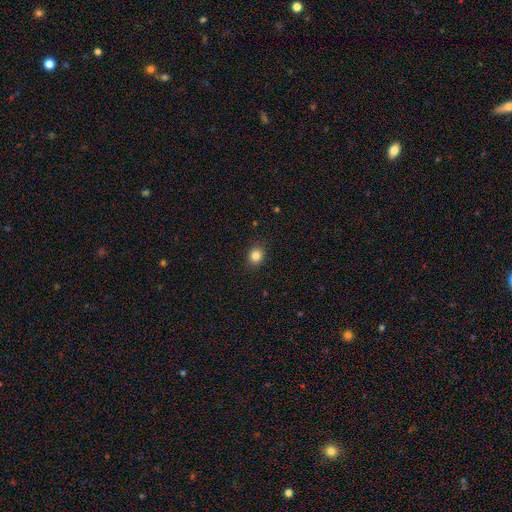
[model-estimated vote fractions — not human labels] Smooth or featured?
  - smooth: 84% *
  - star or artifact: 11%
  - featured or disk: 5%
How rounded?
  - round: 63% *
  - in between: 36%
  - cigar-shaped: 1%
Merging?
  - none: 89% *
  - minor disturbance: 8%
  - major disturbance: 2%
  - merger: 1%